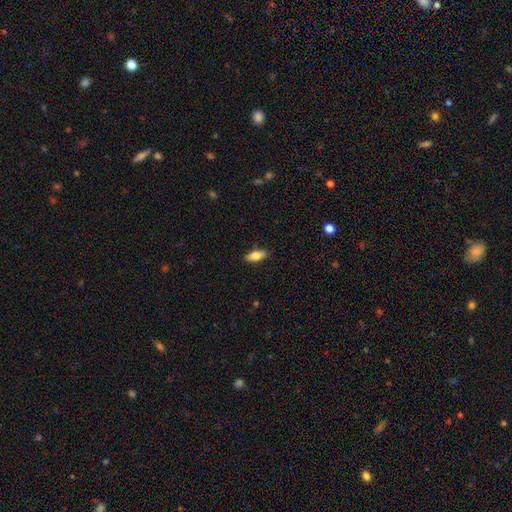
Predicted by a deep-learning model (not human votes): This appears to be a smooth galaxy with no disk features (74%) that is in between round and cigar-shaped (77%). Merging: none (88%).